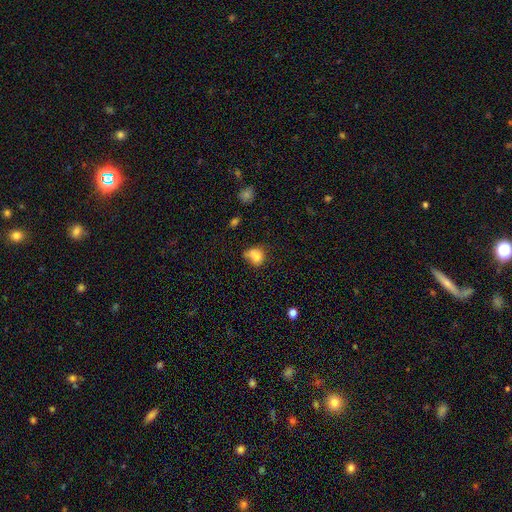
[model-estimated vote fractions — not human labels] The model was most divided on "merging": merger: 37%, none: 34%, minor disturbance: 19%, major disturbance: 10%. More confident: smooth or featured — smooth (74%); how rounded — round (53%).